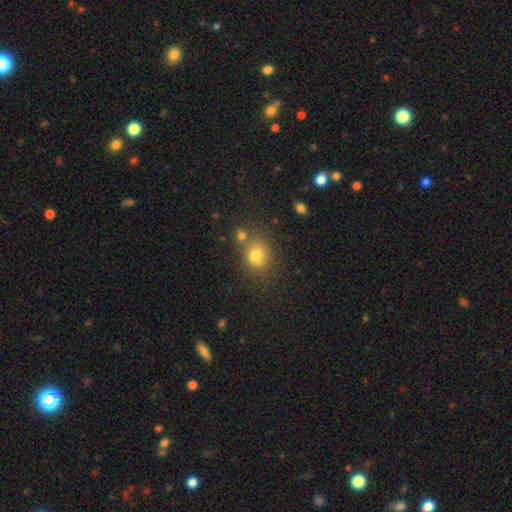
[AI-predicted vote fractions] smooth_or_featured: smooth (p=0.74) [alt: star or artifact p=0.15]
how_rounded: round (p=0.64) [alt: in between p=0.35]
merging: none (p=0.63) [alt: merger p=0.17]